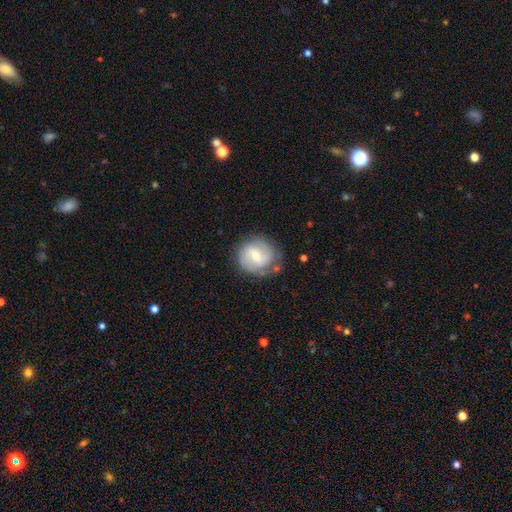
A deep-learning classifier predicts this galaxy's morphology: This appears to be a featured or disk galaxy (62%) with a weak bar (48%), 2 (50%) tight (48%) spiral arms (85%) and a small central bulge (48%, tied with moderate). Merging: none (70%).